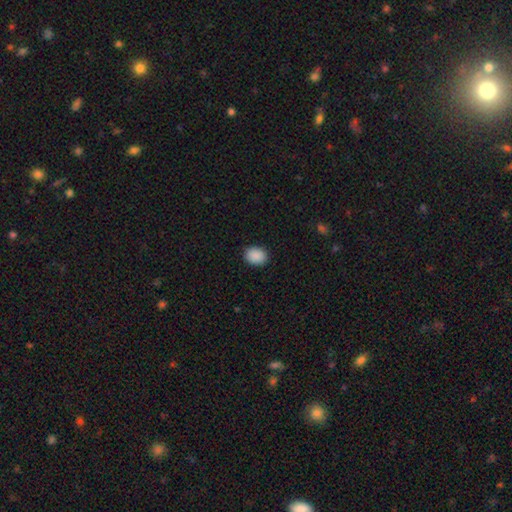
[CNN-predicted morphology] Smooth or featured?
  - smooth: 90% *
  - star or artifact: 8%
  - featured or disk: 2%
How rounded?
  - in between: 61% *
  - round: 38%
  - cigar-shaped: 1%
Merging?
  - none: 89% *
  - minor disturbance: 8%
  - major disturbance: 2%
  - merger: 1%